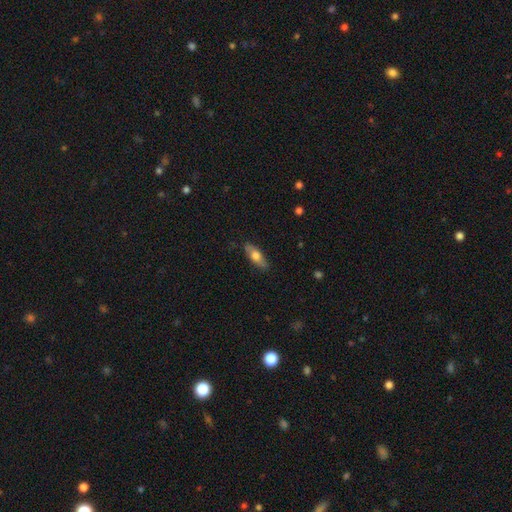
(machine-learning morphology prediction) The model was most divided on "how rounded": in between: 66%, cigar-shaped: 31%, round: 3%. More confident: merging — none (86%); smooth or featured — smooth (65%).